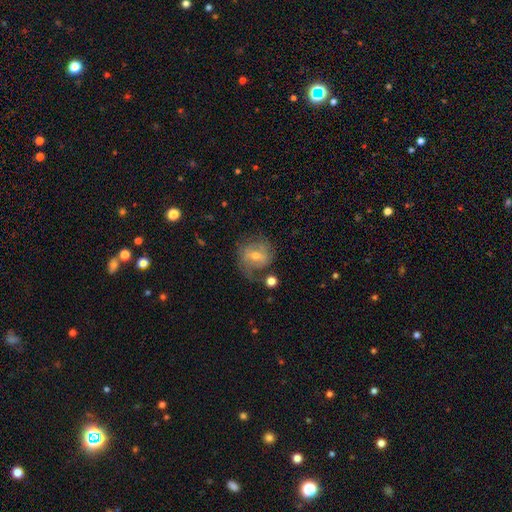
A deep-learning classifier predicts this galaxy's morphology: A featured or disk galaxy (55%) with a weak bar (47%), spiral arms (71%) and a moderate central bulge (56%).

Vote fractions:
- Smooth or featured? featured or disk: 55% / smooth: 36% / star or artifact: 8%
- Edge-on disk? no: 96% / yes: 4%
- Bar? weak: 47% / no: 32% / strong: 20%
- Spiral arms? yes: 71% / no: 29%
- Bulge size? moderate: 56% / small: 39% / large: 3% / none: 2% / dominant: 1%
- Merging? none: 52% / minor disturbance: 23% / major disturbance: 20% / merger: 5%